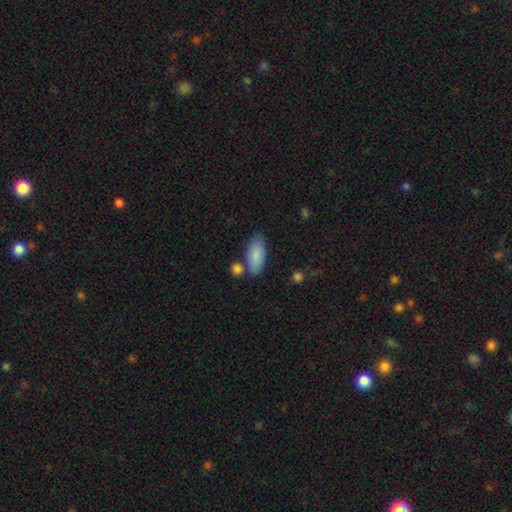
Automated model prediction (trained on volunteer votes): smooth 85%, featured or disk 9%, star or artifact 6%. Down the decision tree: how rounded — in between (88%); merging — none (69%).